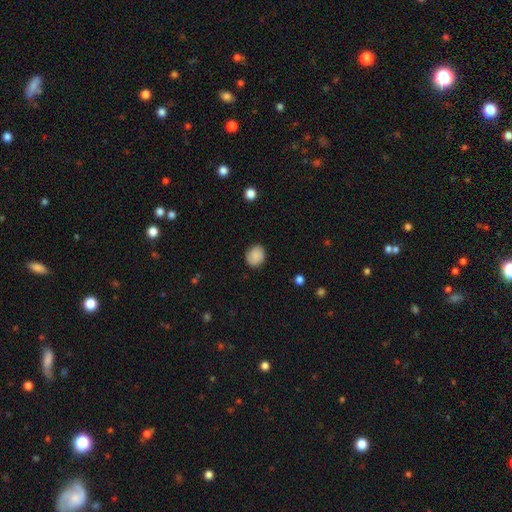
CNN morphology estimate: The model was most divided on "how rounded": round: 64%, in between: 35%, cigar-shaped: 1%. More confident: smooth or featured — smooth (85%); merging — none (84%).